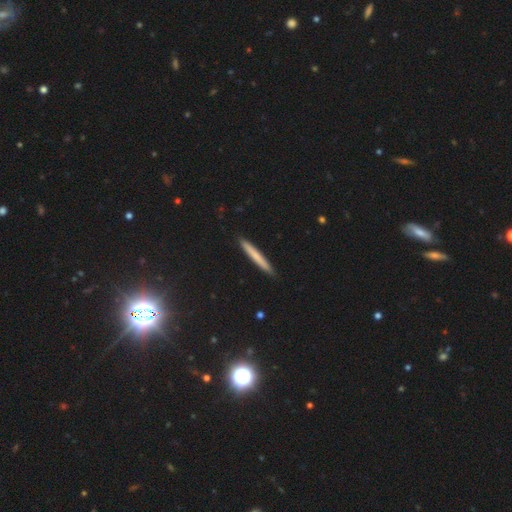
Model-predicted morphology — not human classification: smooth_or_featured: smooth (p=0.70) [alt: featured or disk p=0.24]
how_rounded: cigar-shaped (p=0.97) [alt: in between p=0.02]
merging: none (p=0.92) [alt: minor disturbance p=0.06]